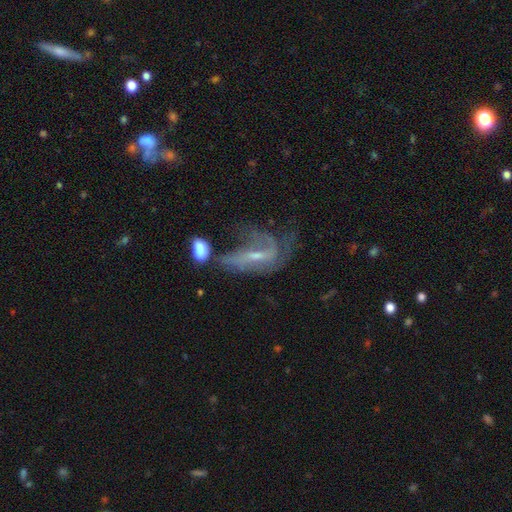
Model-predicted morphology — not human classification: A featured or disk galaxy (73%) with a weak bar (41%), spiral arms (74%) and a small central bulge (59%).

Vote fractions:
- Smooth or featured? featured or disk: 73% / smooth: 17% / star or artifact: 11%
- Edge-on disk? no: 88% / yes: 12%
- Bar? weak: 41% / no: 32% / strong: 27%
- Spiral arms? yes: 74% / no: 26%
- Bulge size? small: 59% / moderate: 31% / none: 7% / large: 2% / dominant: 1%
- Merging? major disturbance: 37% / none: 29% / minor disturbance: 19% / merger: 16%